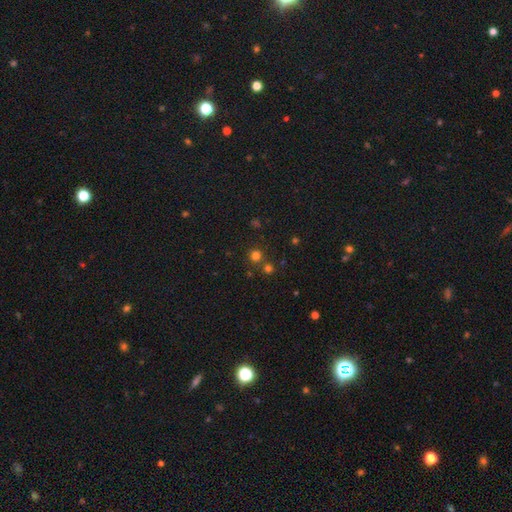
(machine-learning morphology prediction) Overall: smooth (71%). How rounded: round (94%). Merging: none (77%).